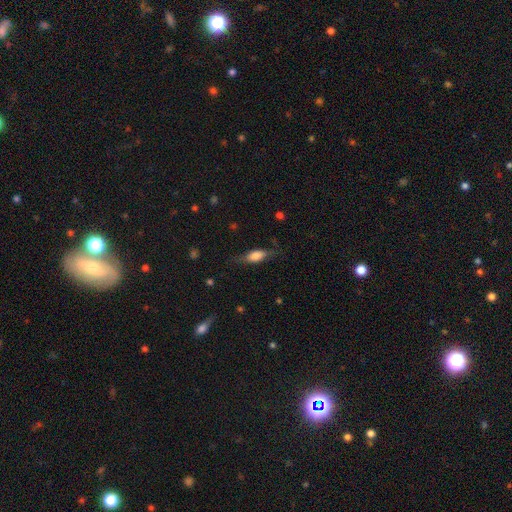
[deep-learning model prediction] smooth_or_featured: smooth (p=0.59) [alt: featured or disk p=0.34]
how_rounded: in between (p=0.66) [alt: cigar-shaped p=0.30]
merging: none (p=0.70) [alt: minor disturbance p=0.21]